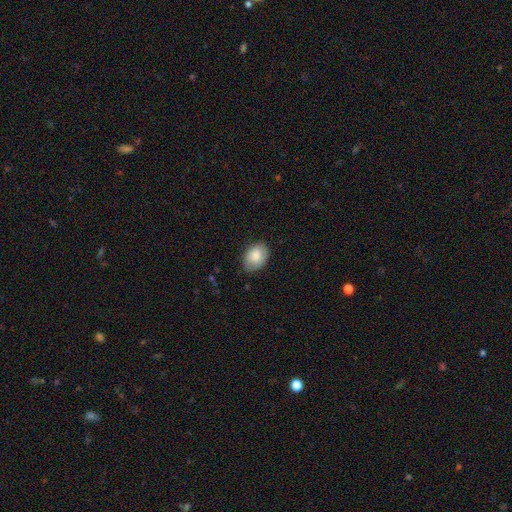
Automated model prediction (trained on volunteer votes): Overall: smooth (82%). How rounded: in between (83%). Merging: none (74%).